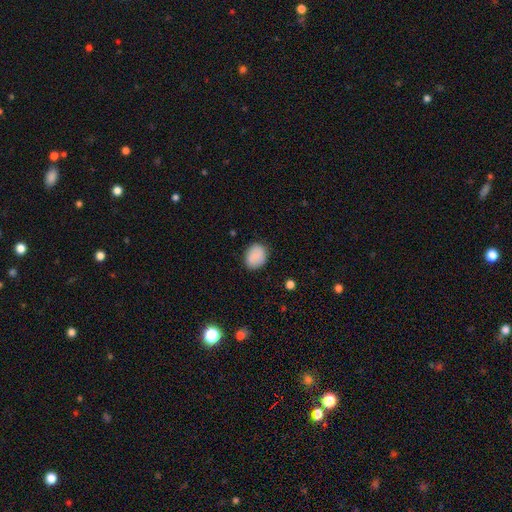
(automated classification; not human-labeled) Smooth or featured: smooth — 88% (star or artifact — 8%)
How rounded: in between — 60% (round — 39%)
Merging: none — 84% (minor disturbance — 12%)